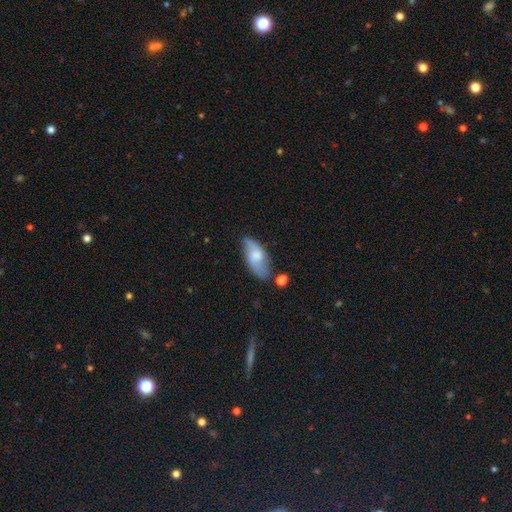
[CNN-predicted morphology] smooth_or_featured: smooth (p=0.53) [alt: featured or disk p=0.40]
how_rounded: in between (p=0.88) [alt: cigar-shaped p=0.09]
merging: none (p=0.58) [alt: minor disturbance p=0.27]